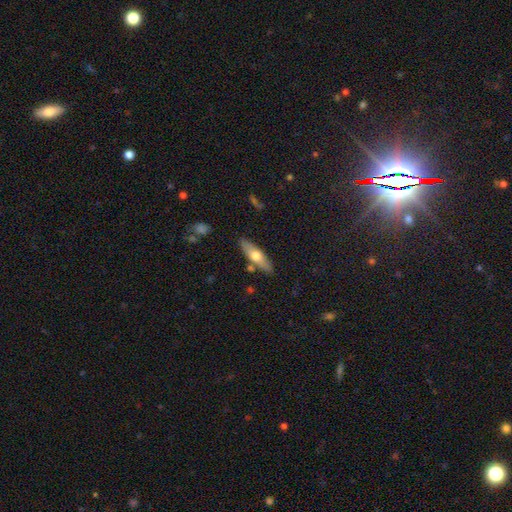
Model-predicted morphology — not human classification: This appears to be a smooth galaxy with no disk features (53%) that is cigar-shaped (59%). Merging: none (83%).